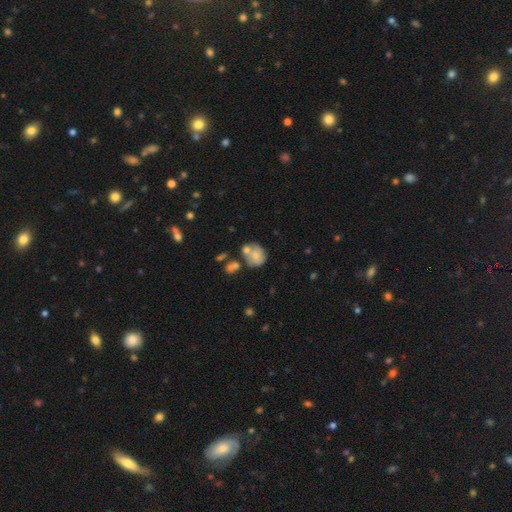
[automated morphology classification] smooth_or_featured: smooth (p=0.62) [alt: featured or disk p=0.29]
how_rounded: round (p=0.66) [alt: in between p=0.33]
merging: none (p=0.37) [alt: merger p=0.36]